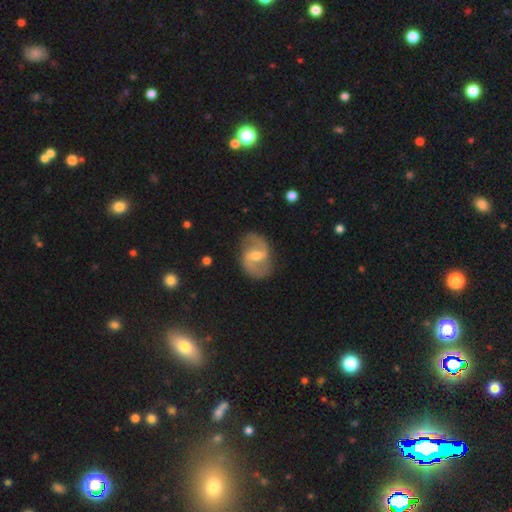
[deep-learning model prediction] smooth-or-featured: featured or disk: 86% | smooth: 9% | star or artifact: 5%
  disk-edge-on: no: 98% | yes: 2%
    bar: weak: 55% | strong: 29% | no: 17%
    has-spiral-arms: yes: 94% | no: 6%
      spiral-winding: medium: 48% | loose: 40% | tight: 12%
      spiral-arm-count: 2: 93% | can't tell: 3% | 1: 1% | 3: 1% | 4: 1% | more than 4: 1%
    bulge-size: moderate: 56% | small: 37% | large: 3% | none: 3% | dominant: 1%
  merging: none: 83% | minor disturbance: 12% | major disturbance: 4% | merger: 1%